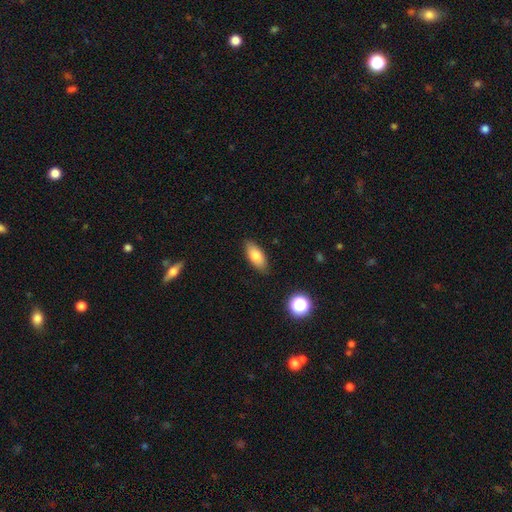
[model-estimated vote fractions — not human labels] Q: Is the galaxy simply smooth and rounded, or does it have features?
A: smooth — 79%.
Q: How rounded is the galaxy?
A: in between — 84%.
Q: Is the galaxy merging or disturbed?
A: none — 85%.